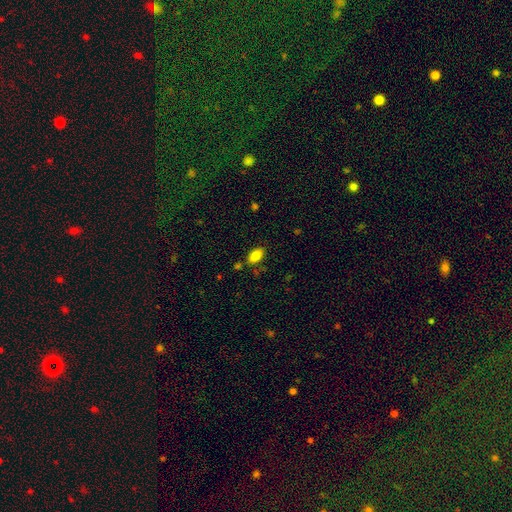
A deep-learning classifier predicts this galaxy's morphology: A smooth galaxy with no disk features (84%) that is in between round and cigar-shaped (91%). Merging: none (80%).